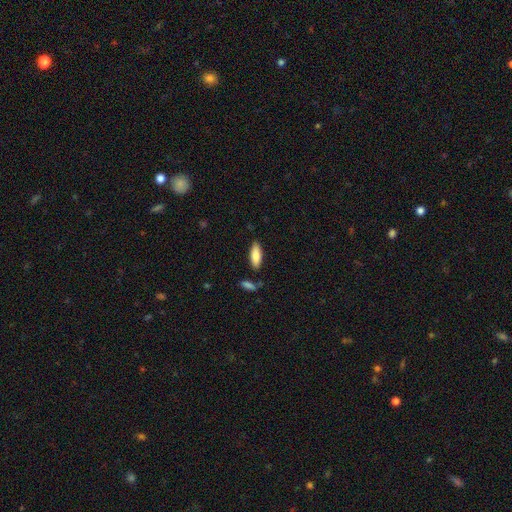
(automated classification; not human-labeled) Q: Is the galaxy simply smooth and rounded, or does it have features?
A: smooth — 84%.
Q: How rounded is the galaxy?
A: in between — 64%.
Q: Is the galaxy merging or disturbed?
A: none — 80%.